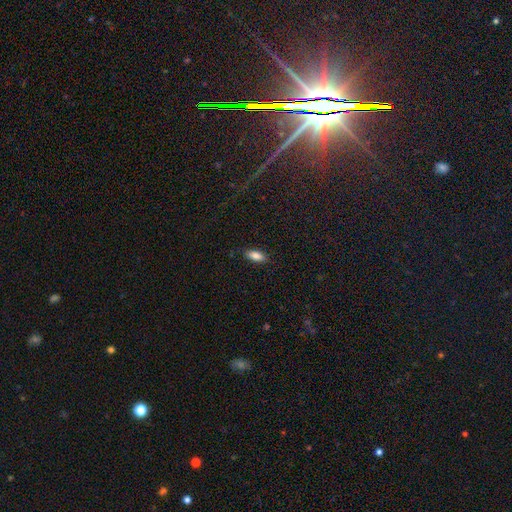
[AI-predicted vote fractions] This appears to be a smooth galaxy with no disk features (85%) that is in between round and cigar-shaped (83%). Merging: none (86%).